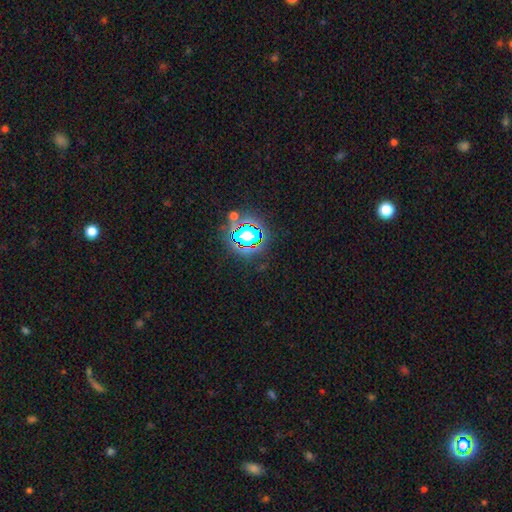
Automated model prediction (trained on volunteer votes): Smooth or featured? star or artifact (81%)